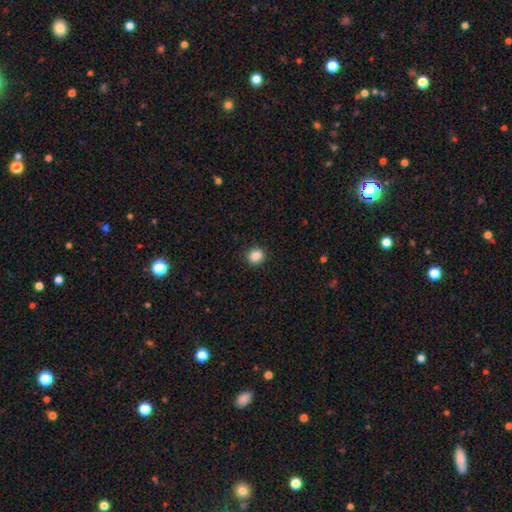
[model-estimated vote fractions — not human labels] Smooth or featured? smooth (86%)
How rounded? round (73%)
Merging? none (90%)